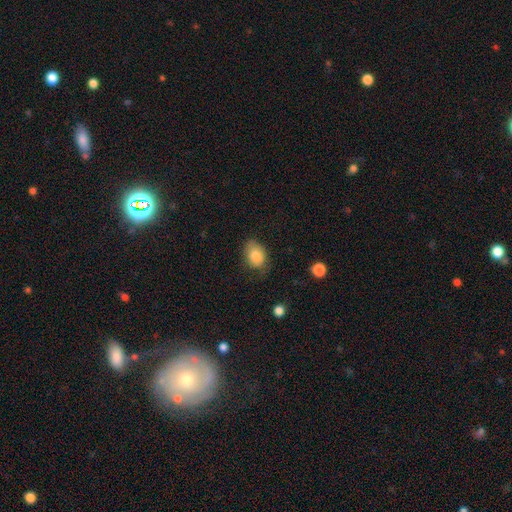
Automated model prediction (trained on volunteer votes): Smooth or featured?
  - smooth: 83% *
  - featured or disk: 9%
  - star or artifact: 8%
How rounded?
  - in between: 71% *
  - round: 28%
  - cigar-shaped: 1%
Merging?
  - none: 62% *
  - minor disturbance: 29%
  - major disturbance: 8%
  - merger: 1%